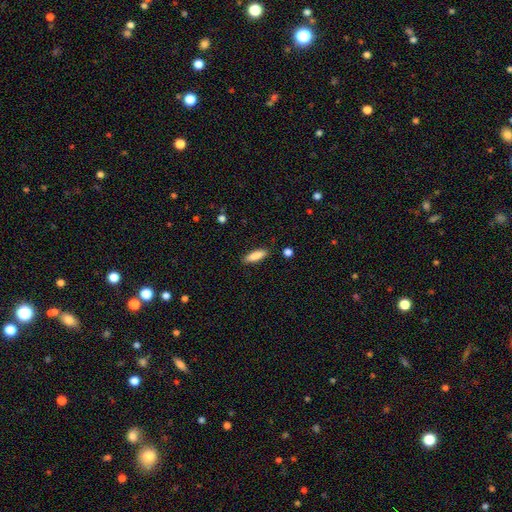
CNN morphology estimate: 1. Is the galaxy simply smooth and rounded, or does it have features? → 86% smooth, 8% featured or disk, 6% star or artifact.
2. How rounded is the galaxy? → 54% cigar-shaped, 44% in between, 2% round.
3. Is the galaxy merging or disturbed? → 88% none, 9% minor disturbance, 2% major disturbance, 2% merger.